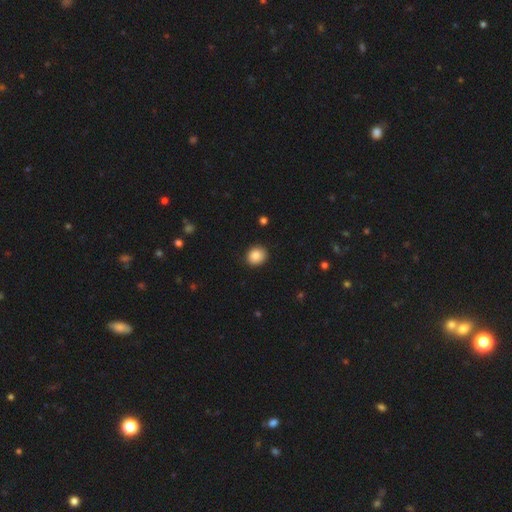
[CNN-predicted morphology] Smooth or featured?
  - smooth: 88% *
  - star or artifact: 9%
  - featured or disk: 4%
How rounded?
  - round: 73% *
  - in between: 27%
  - cigar-shaped: 1%
Merging?
  - none: 89% *
  - minor disturbance: 8%
  - major disturbance: 2%
  - merger: 1%